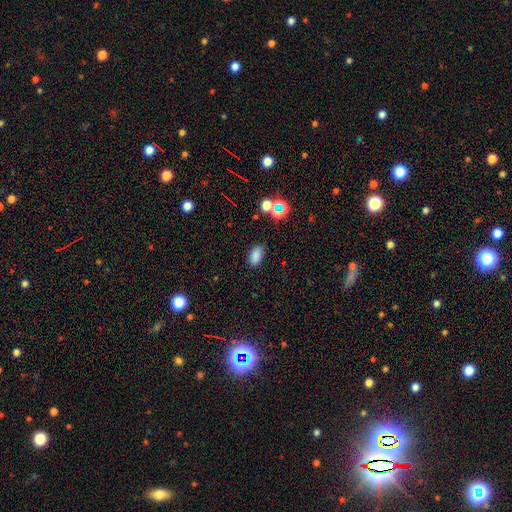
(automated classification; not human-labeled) Q: Smooth or featured?
A: smooth (81%); runner-up: star or artifact (14%)
Q: How rounded?
A: in between (90%); runner-up: round (7%)
Q: Merging?
A: none (83%); runner-up: minor disturbance (11%)